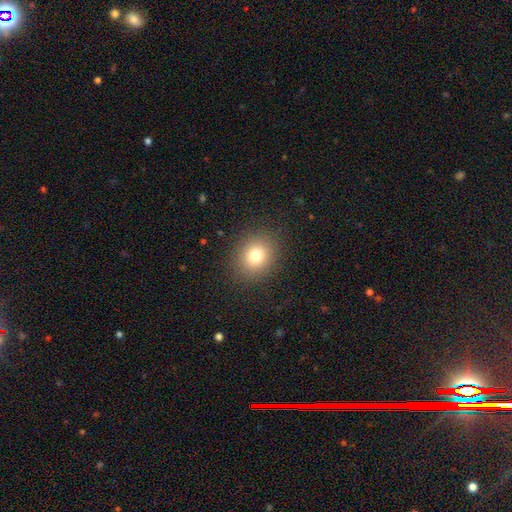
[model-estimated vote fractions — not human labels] Smooth or featured?
  - smooth: 79% *
  - star or artifact: 12%
  - featured or disk: 9%
How rounded?
  - round: 72% *
  - in between: 27%
  - cigar-shaped: 1%
Merging?
  - none: 88% *
  - minor disturbance: 8%
  - major disturbance: 3%
  - merger: 1%